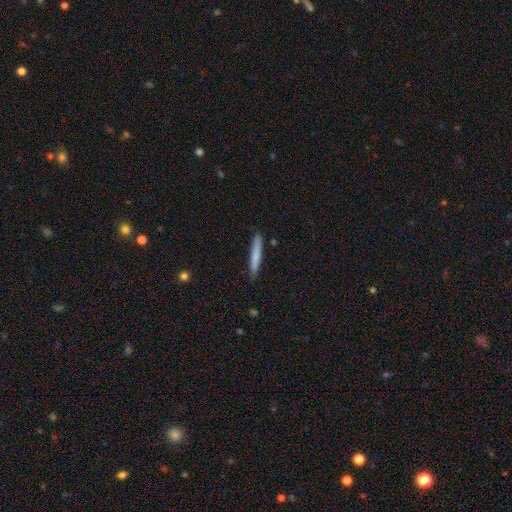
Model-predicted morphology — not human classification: Smooth or featured? Predicted: smooth (p=0.76). How rounded? Predicted: cigar-shaped (p=0.95). Merging? Predicted: none (p=0.87).